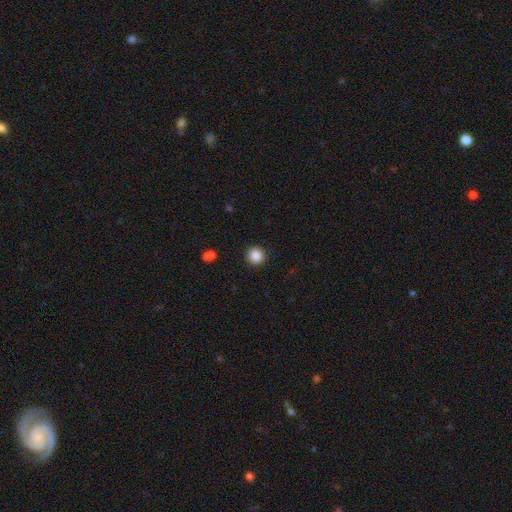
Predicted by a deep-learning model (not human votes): The model was most divided on "smooth or featured": smooth: 87%, star or artifact: 9%, featured or disk: 3%. More confident: how rounded — round (93%); merging — none (92%).